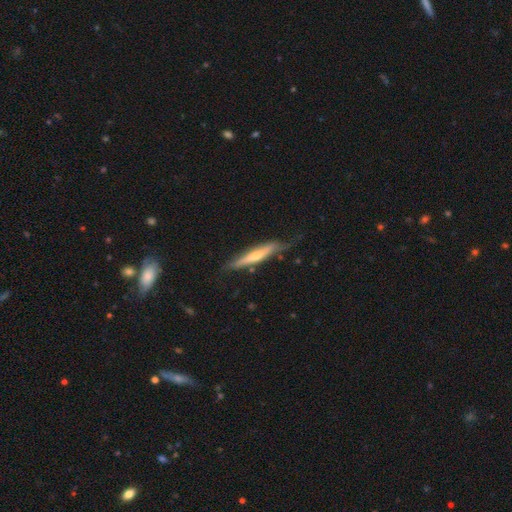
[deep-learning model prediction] Smooth or featured? Predicted: featured or disk (p=0.49). Merging? Predicted: none (p=0.64).